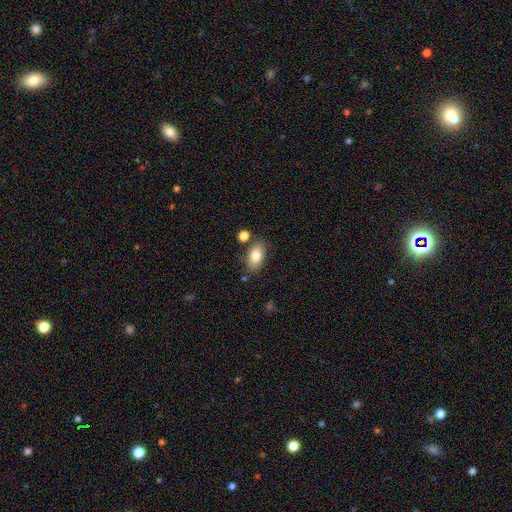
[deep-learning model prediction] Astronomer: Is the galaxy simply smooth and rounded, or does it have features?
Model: smooth — 82%.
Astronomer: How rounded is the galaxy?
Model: in between — 91%.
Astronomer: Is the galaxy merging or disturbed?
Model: none — 76%.